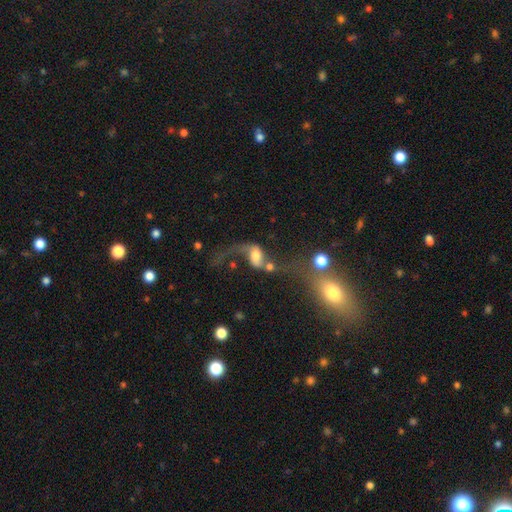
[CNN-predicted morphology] Smooth or featured? featured or disk (68%)
Edge-on disk? no (95%)
Bar? no (46%)
Spiral arms? yes (86%)
Spiral winding? loose (91%)
Spiral arm count? 2 (83%)
Bulge size? moderate (47%)
Merging? merger (35%)